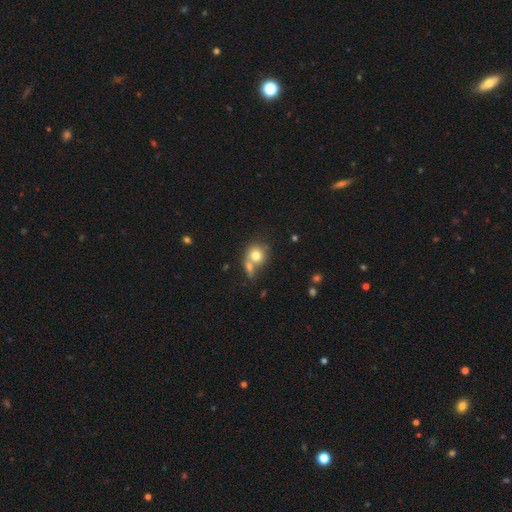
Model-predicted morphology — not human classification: smooth-or-featured: smooth: 76% | featured or disk: 15% | star or artifact: 9%
  how-rounded: round: 81% | in between: 18% | cigar-shaped: 1%
  merging: merger: 45% | none: 40% | minor disturbance: 10% | major disturbance: 5%